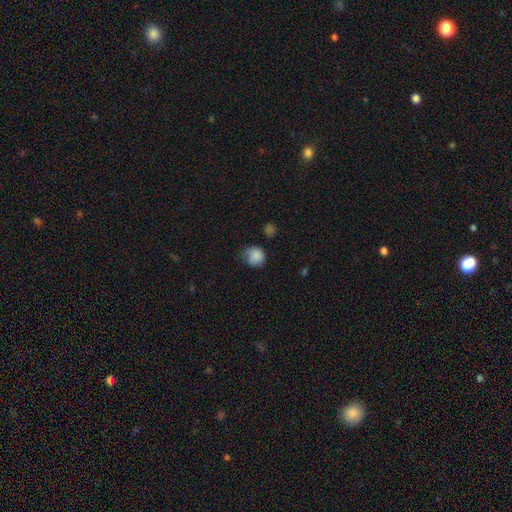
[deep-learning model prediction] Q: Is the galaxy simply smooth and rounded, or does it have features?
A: smooth — 82%.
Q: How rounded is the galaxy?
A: round — 80%.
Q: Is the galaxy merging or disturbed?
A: none — 49%.